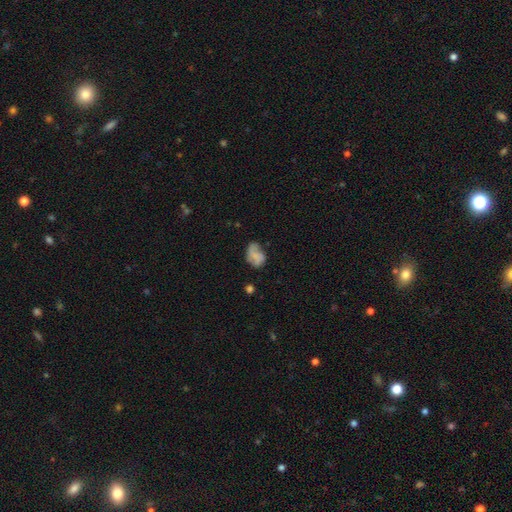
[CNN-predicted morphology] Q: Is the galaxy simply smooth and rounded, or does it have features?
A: smooth — 55%.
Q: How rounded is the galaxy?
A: in between — 79%.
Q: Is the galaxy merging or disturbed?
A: none — 45%.